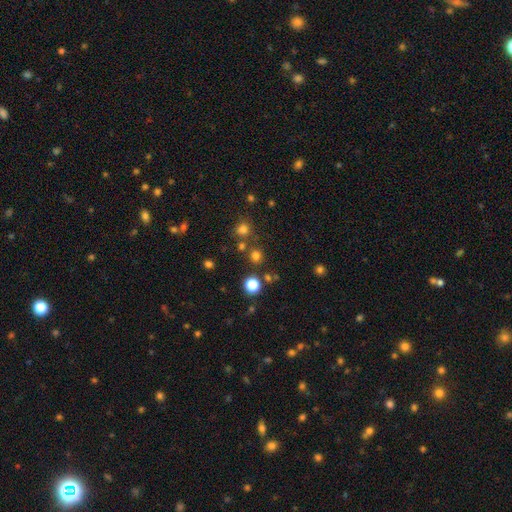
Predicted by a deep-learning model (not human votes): smooth-or-featured: smooth: 72% | star or artifact: 23% | featured or disk: 5%
  how-rounded: round: 92% | in between: 7% | cigar-shaped: 1%
  merging: none: 77% | merger: 12% | minor disturbance: 7% | major disturbance: 3%